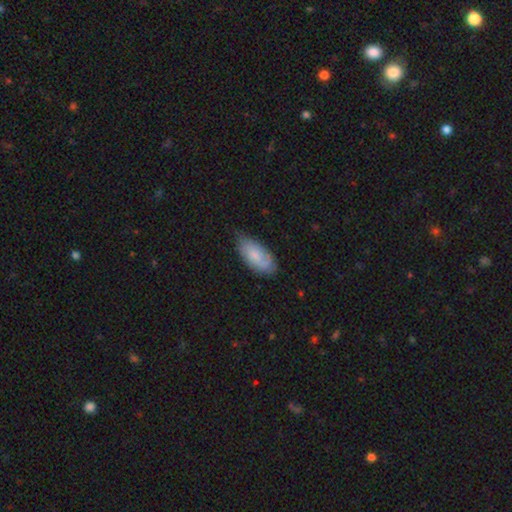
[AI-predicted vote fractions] Morphology: type=smooth (67%); roundness=in between (91%); merging=none (63%).